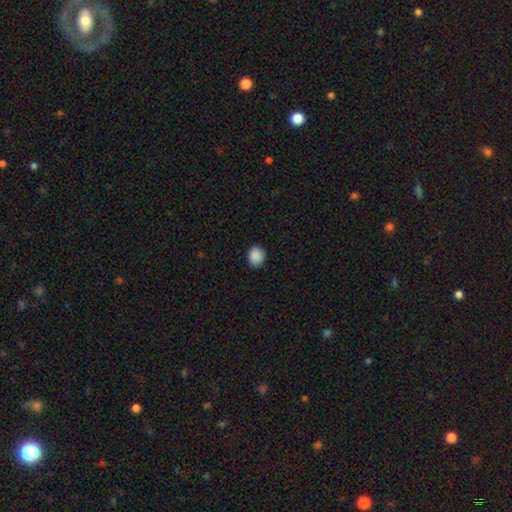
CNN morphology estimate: Smooth or featured? smooth (89%)
How rounded? round (73%)
Merging? none (89%)